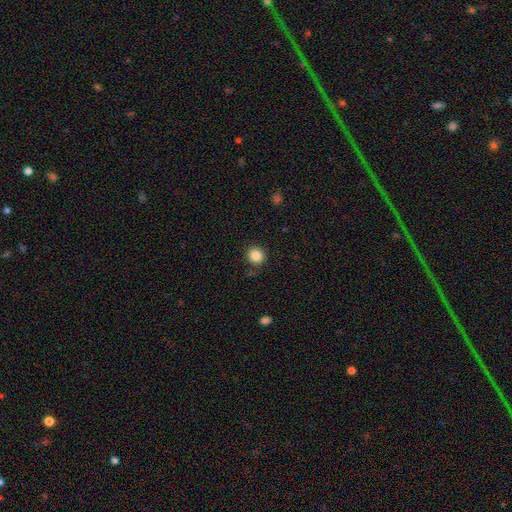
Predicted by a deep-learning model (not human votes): A smooth galaxy with no disk features (86%) that is round (86%). Merging: none (87%).